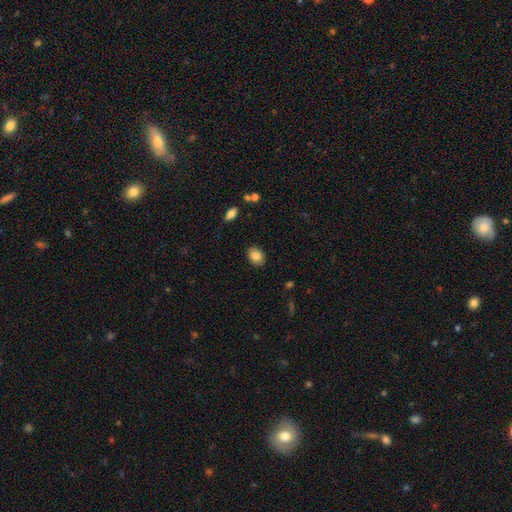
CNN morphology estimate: A smooth galaxy with no disk features (85%) that is in between round and cigar-shaped (70%).

Vote fractions:
- Smooth or featured? smooth: 85% / star or artifact: 8% / featured or disk: 7%
- How rounded? in between: 70% / round: 29% / cigar-shaped: 1%
- Merging? none: 88% / minor disturbance: 9% / major disturbance: 2% / merger: 1%